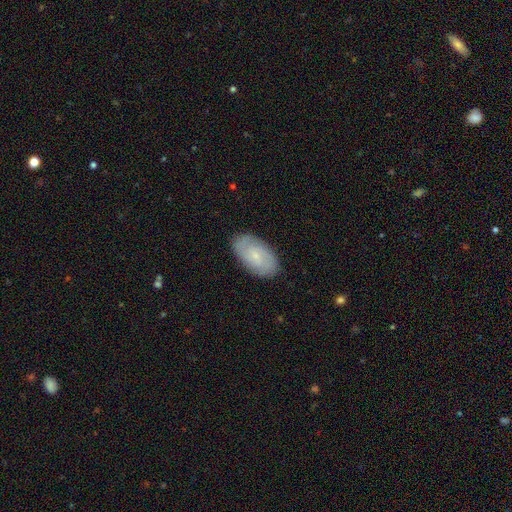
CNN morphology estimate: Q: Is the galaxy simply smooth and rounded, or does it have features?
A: featured or disk — 55%.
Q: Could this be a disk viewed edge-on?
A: no — 94%.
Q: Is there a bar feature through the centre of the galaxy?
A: no — 70%.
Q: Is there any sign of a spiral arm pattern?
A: yes — 85%.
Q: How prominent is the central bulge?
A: small — 79%.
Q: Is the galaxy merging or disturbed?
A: none — 85%.